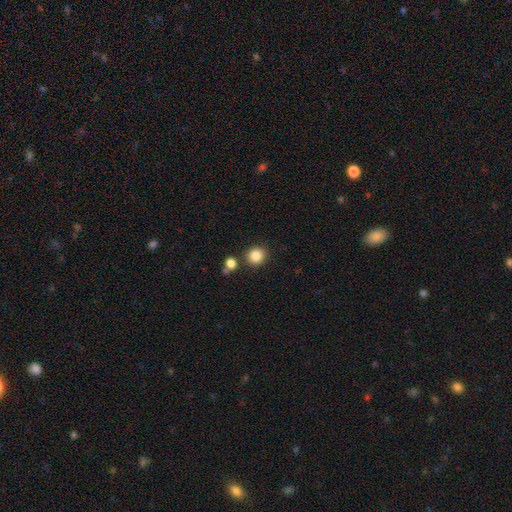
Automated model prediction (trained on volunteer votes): Smooth or featured? Predicted: smooth (p=0.86). How rounded? Predicted: round (p=0.86). Merging? Predicted: none (p=0.82).